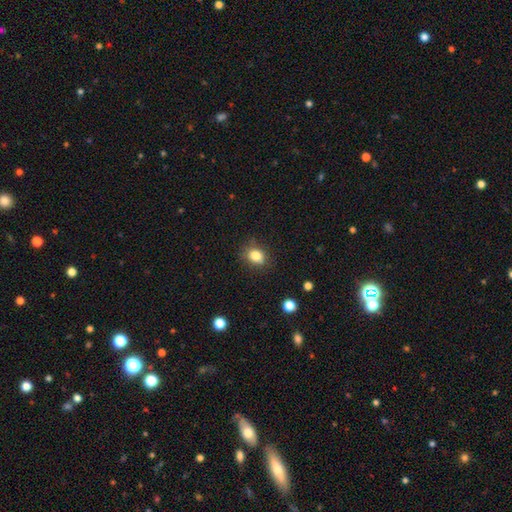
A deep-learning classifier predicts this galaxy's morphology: This is clearly a smooth galaxy (81%). How rounded: possibly round (51%). Merging: likely none (74%).